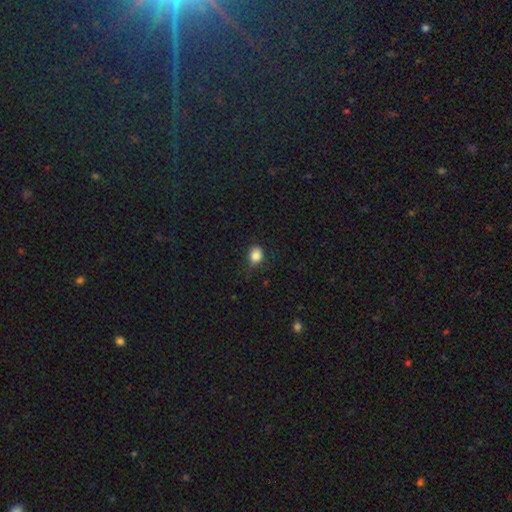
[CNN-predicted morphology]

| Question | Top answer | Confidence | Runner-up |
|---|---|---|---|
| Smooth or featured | smooth | 85% | star or artifact (11%) |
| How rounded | round | 59% | in between (40%) |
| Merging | none | 73% | minor disturbance (21%) |